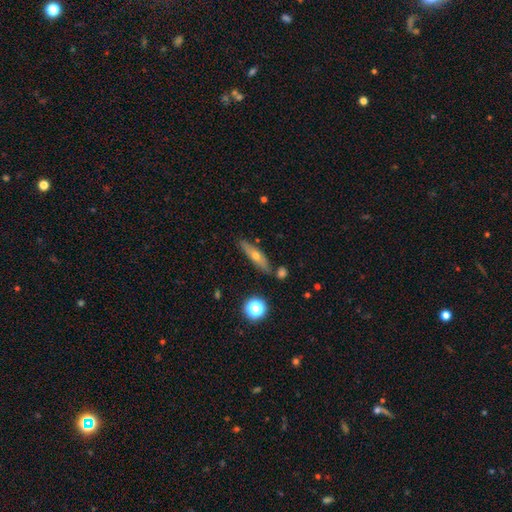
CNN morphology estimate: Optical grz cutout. It shows a smooth galaxy with no disk features (46%). Merging: none (79%).